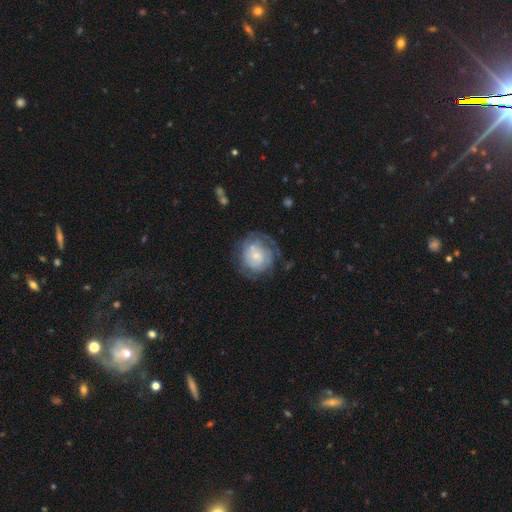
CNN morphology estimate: smooth_or_featured: featured or disk (p=0.61) [alt: smooth p=0.32]
disk_edge_on: no (p=0.98) [alt: yes p=0.02]
bar: no (p=0.77) [alt: weak p=0.20]
has_spiral_arms: yes (p=0.75) [alt: no p=0.25]
bulge_size: small (p=0.62) [alt: moderate p=0.24]
merging: none (p=0.57) [alt: minor disturbance p=0.21]